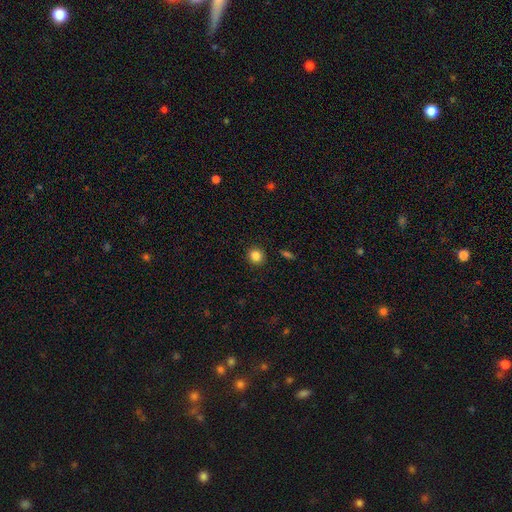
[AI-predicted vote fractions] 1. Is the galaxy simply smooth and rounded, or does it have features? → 84% smooth, 11% star or artifact, 5% featured or disk.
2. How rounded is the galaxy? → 90% round, 9% in between, 1% cigar-shaped.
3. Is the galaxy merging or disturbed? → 92% none, 6% minor disturbance, 2% major disturbance, 1% merger.